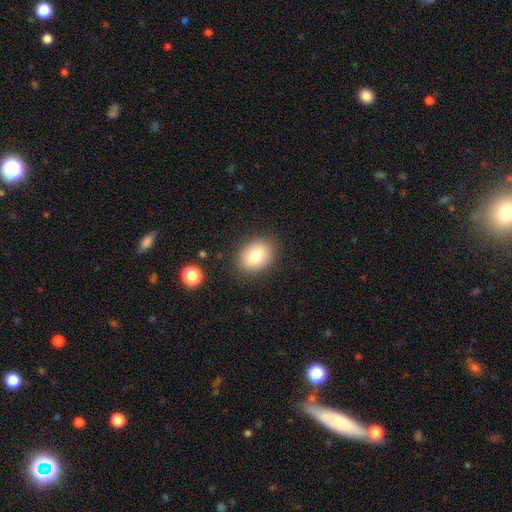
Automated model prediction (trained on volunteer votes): Smooth or featured?
  - smooth: 79% *
  - featured or disk: 12%
  - star or artifact: 9%
How rounded?
  - in between: 67% *
  - round: 32%
  - cigar-shaped: 1%
Merging?
  - none: 86% *
  - minor disturbance: 10%
  - major disturbance: 3%
  - merger: 1%